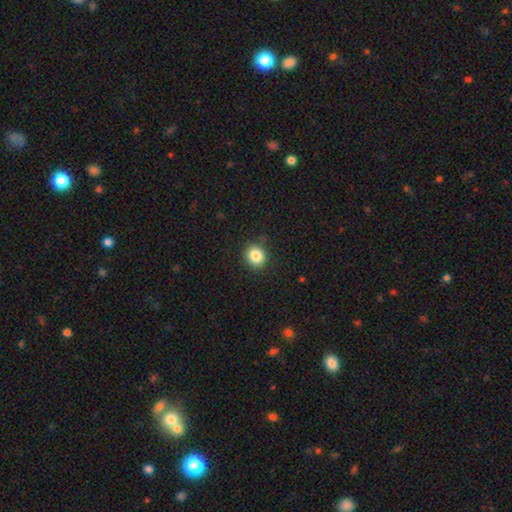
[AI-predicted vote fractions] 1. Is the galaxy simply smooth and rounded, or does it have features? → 84% smooth, 10% star or artifact, 5% featured or disk.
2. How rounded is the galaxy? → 86% round, 13% in between, 1% cigar-shaped.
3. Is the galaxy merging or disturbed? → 88% none, 8% minor disturbance, 2% major disturbance, 1% merger.